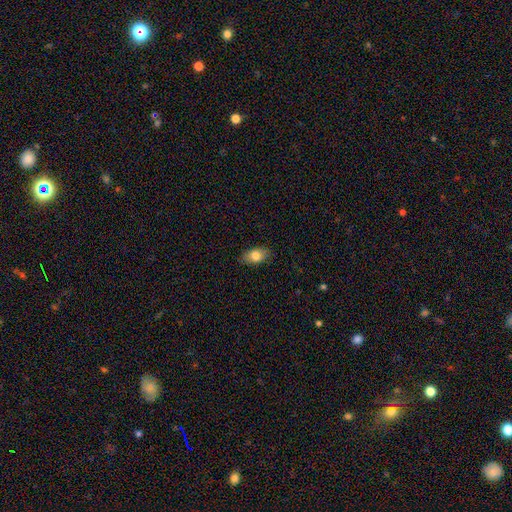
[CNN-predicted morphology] Smooth or featured?
  - smooth: 79% *
  - featured or disk: 13%
  - star or artifact: 7%
How rounded?
  - in between: 88% *
  - round: 9%
  - cigar-shaped: 3%
Merging?
  - none: 85% *
  - minor disturbance: 12%
  - major disturbance: 2%
  - merger: 1%